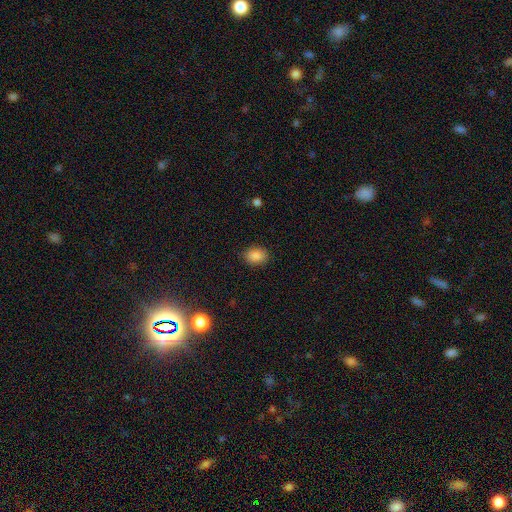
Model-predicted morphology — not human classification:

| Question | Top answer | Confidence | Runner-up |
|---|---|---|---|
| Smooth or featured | smooth | 87% | star or artifact (9%) |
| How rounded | in between | 64% | round (35%) |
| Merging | none | 87% | minor disturbance (9%) |